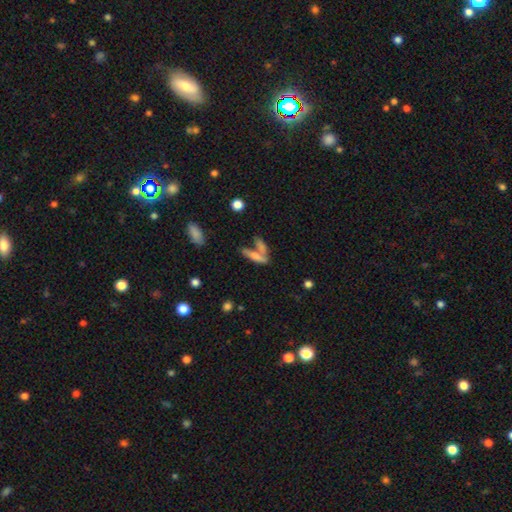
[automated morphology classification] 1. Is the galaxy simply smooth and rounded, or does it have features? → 34% star or artifact (tied), 34% featured or disk (tied), 32% smooth.